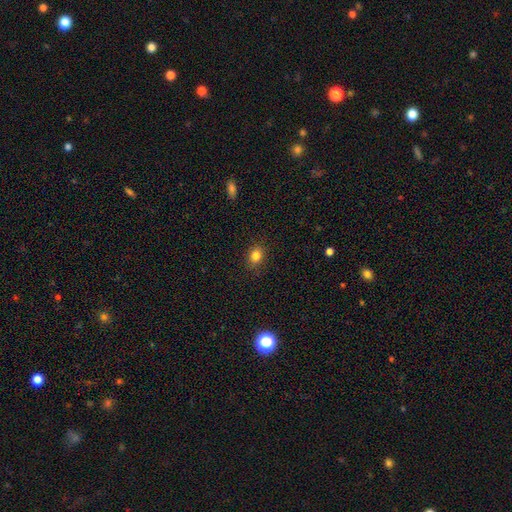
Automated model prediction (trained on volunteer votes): The model was most divided on "how rounded": in between: 50%, round: 49%, cigar-shaped: 1%. More confident: merging — none (87%); smooth or featured — smooth (83%).